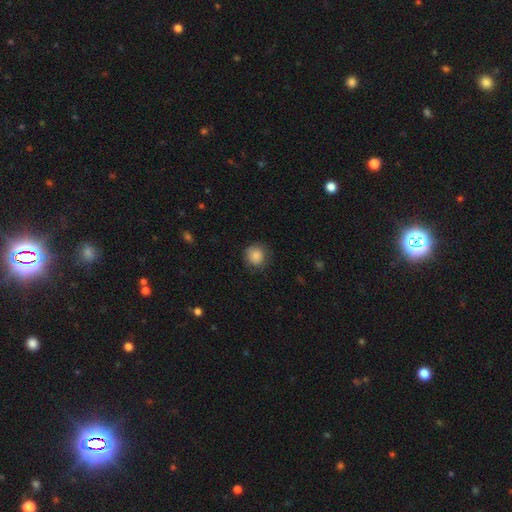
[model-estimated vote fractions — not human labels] A smooth galaxy with no disk features (86%) that is round (88%).

Vote fractions:
- Smooth or featured? smooth: 86% / star or artifact: 8% / featured or disk: 6%
- How rounded? round: 88% / in between: 11% / cigar-shaped: 1%
- Merging? none: 80% / minor disturbance: 15% / major disturbance: 4% / merger: 1%